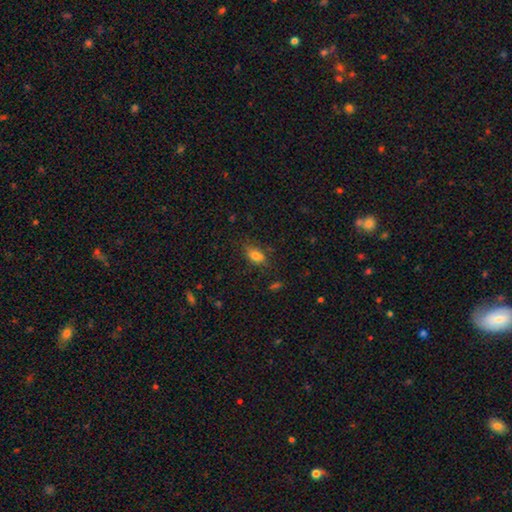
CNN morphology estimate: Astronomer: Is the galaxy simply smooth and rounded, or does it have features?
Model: smooth — 78%.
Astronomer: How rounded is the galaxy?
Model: in between — 81%.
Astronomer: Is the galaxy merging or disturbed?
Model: none — 72%.